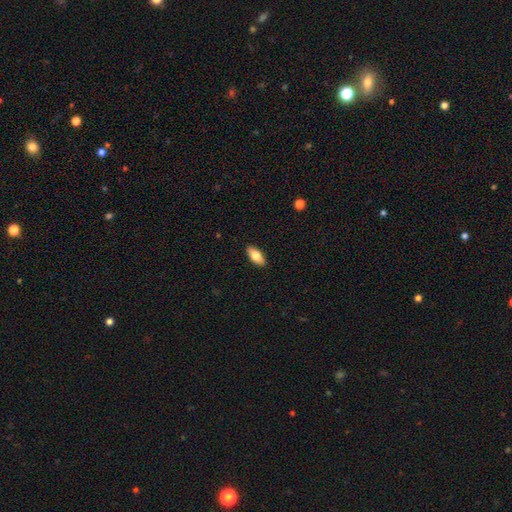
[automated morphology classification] smooth 75%, featured or disk 18%, star or artifact 6%. Down the decision tree: how rounded — in between (84%); merging — none (90%).